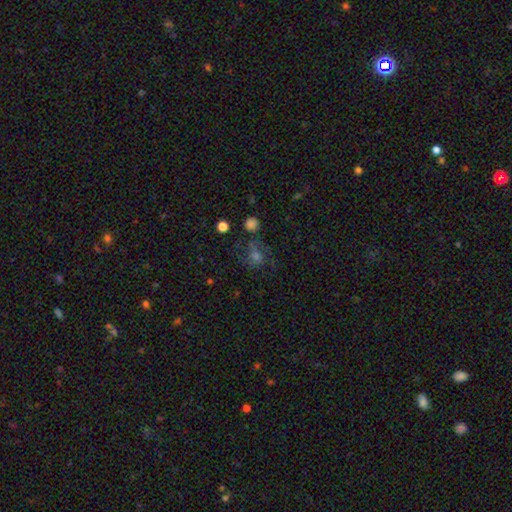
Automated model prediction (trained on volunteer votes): Smooth or featured: smooth — 34% (star or artifact — 33%)
Merging: none — 60% (minor disturbance — 17%)